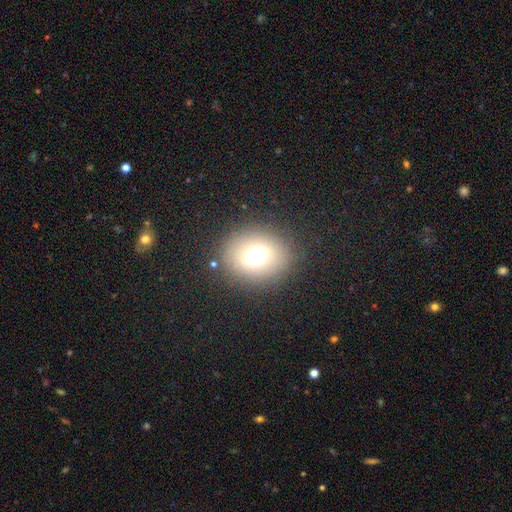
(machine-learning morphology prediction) Q: Smooth or featured?
A: smooth (64%); runner-up: star or artifact (20%)
Q: How rounded?
A: round (62%); runner-up: in between (37%)
Q: Merging?
A: none (81%); runner-up: minor disturbance (10%)